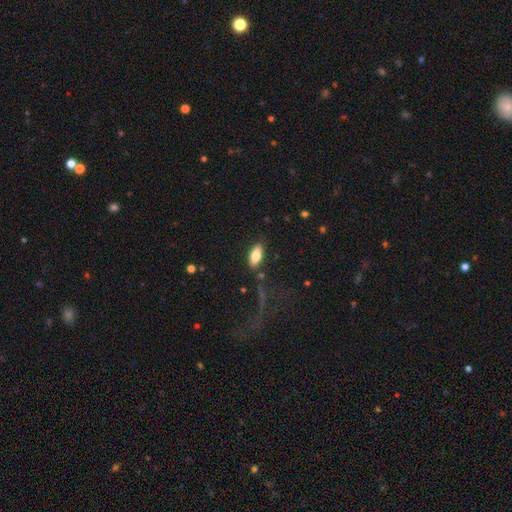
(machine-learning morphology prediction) Smooth or featured?
  - smooth: 77% *
  - featured or disk: 16%
  - star or artifact: 7%
How rounded?
  - in between: 84% *
  - cigar-shaped: 13%
  - round: 3%
Merging?
  - none: 82% *
  - minor disturbance: 11%
  - major disturbance: 3%
  - merger: 3%